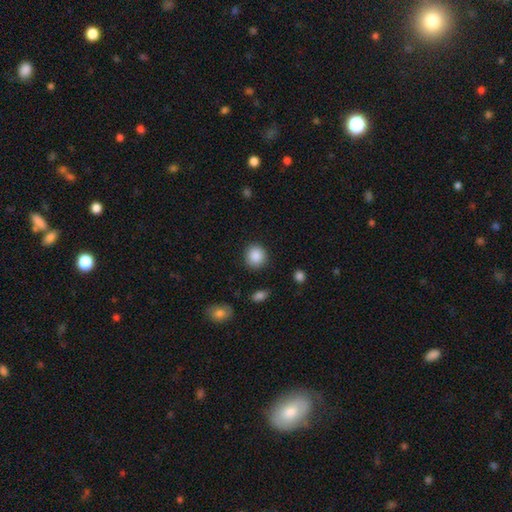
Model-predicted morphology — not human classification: A smooth galaxy with no disk features (89%) that is round (87%).

Vote fractions:
- Smooth or featured? smooth: 89% / star or artifact: 8% / featured or disk: 3%
- How rounded? round: 87% / in between: 12% / cigar-shaped: 1%
- Merging? none: 89% / minor disturbance: 7% / major disturbance: 3% / merger: 1%